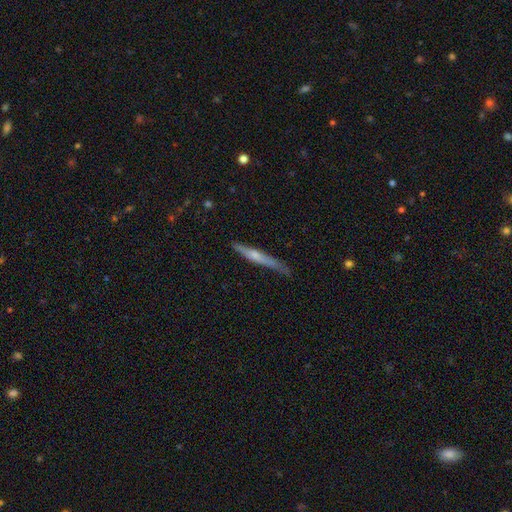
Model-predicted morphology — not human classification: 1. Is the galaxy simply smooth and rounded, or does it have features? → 52% featured or disk, 42% smooth, 6% star or artifact.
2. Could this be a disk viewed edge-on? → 94% yes, 6% no.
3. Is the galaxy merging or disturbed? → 73% none, 21% minor disturbance, 4% major disturbance, 2% merger.